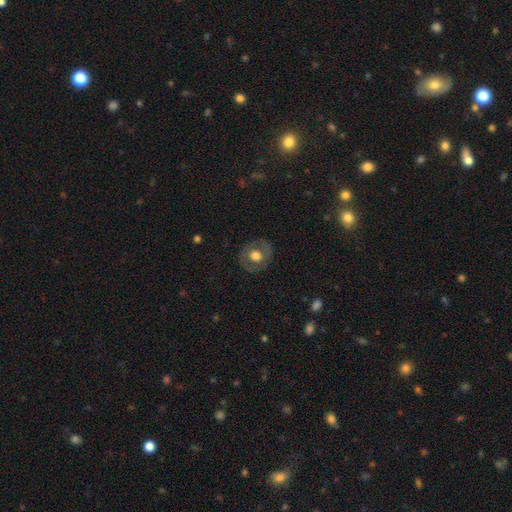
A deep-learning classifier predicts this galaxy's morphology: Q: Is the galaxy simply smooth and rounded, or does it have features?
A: smooth — 50%.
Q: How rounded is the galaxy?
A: round — 79%.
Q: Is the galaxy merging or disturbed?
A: none — 82%.